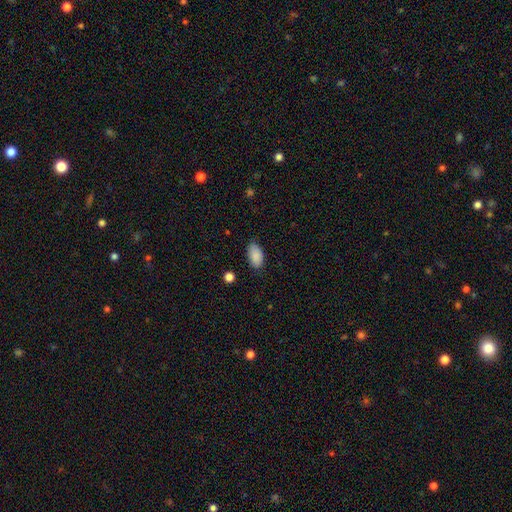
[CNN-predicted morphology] smooth-or-featured: smooth: 89% | star or artifact: 7% | featured or disk: 4%
  how-rounded: in between: 94% | round: 4% | cigar-shaped: 2%
  merging: none: 83% | minor disturbance: 13% | major disturbance: 3% | merger: 1%